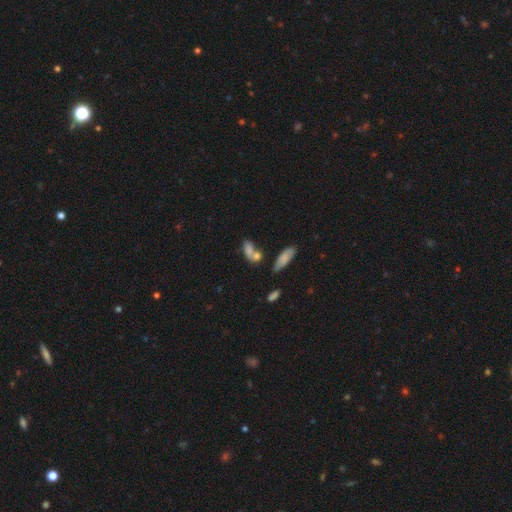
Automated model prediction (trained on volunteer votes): The model was most divided on "merging": merger: 42%, none: 36%, minor disturbance: 14%, major disturbance: 8%. More confident: how rounded — in between (74%); smooth or featured — smooth (70%).